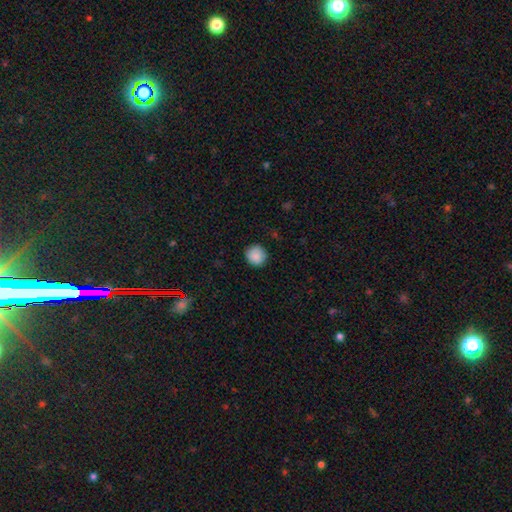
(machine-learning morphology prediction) A smooth galaxy with no disk features (88%) that is round (91%). Merging: none (88%).